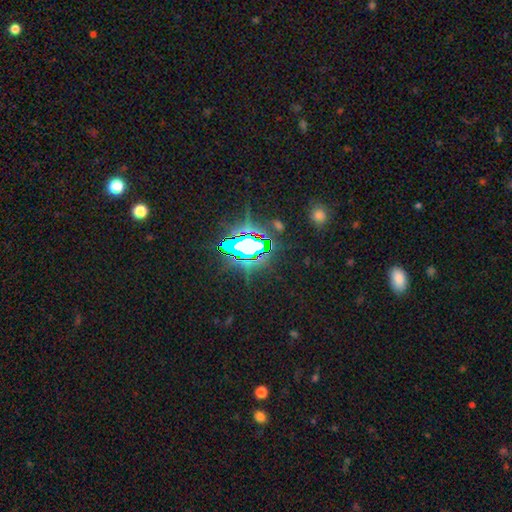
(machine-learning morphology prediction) Smooth or featured? star or artifact (74%)